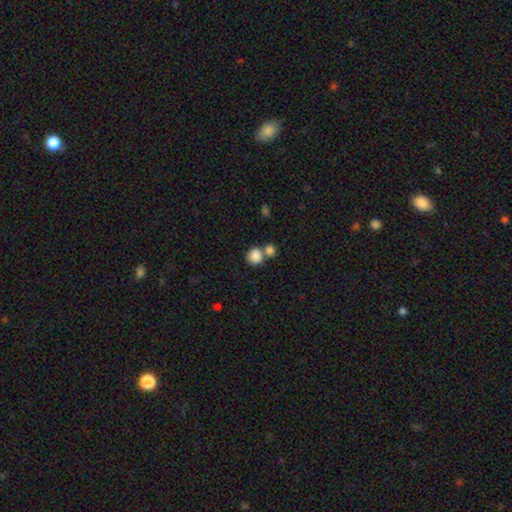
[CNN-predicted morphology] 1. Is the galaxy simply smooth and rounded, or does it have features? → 86% smooth, 9% star or artifact, 6% featured or disk.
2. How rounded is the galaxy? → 81% round, 18% in between, 1% cigar-shaped.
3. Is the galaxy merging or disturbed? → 46% none, 43% merger, 8% minor disturbance, 4% major disturbance.